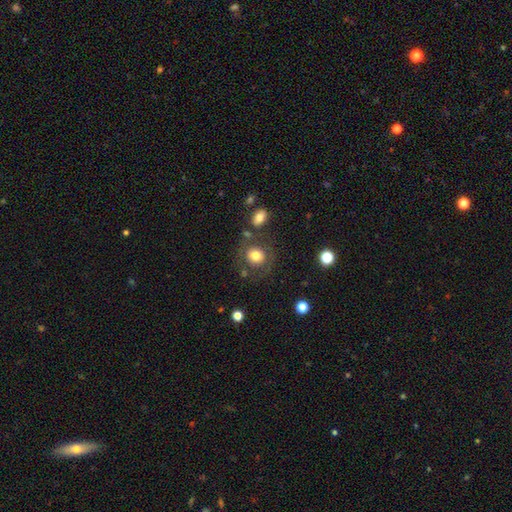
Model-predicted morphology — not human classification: smooth_or_featured: smooth (p=0.72) [alt: featured or disk p=0.17]
how_rounded: round (p=0.82) [alt: in between p=0.17]
merging: none (p=0.71) [alt: minor disturbance p=0.13]